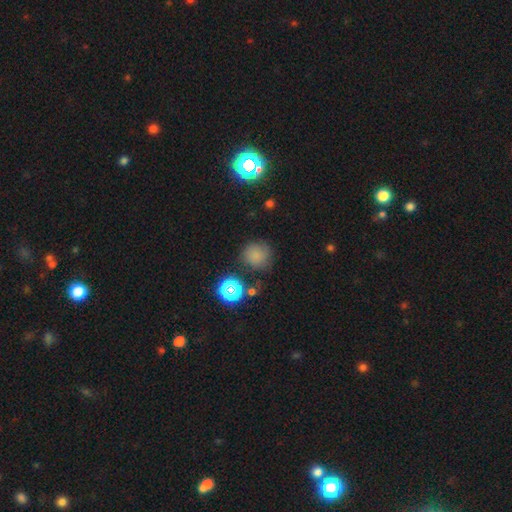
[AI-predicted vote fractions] The model was most divided on "smooth or featured": smooth: 73%, star or artifact: 19%, featured or disk: 8%. More confident: how rounded — round (90%); merging — none (73%).